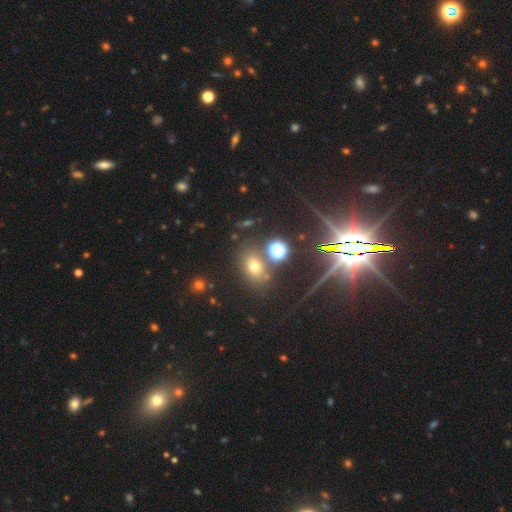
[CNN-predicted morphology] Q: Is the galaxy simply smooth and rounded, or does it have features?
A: star or artifact — 45%.